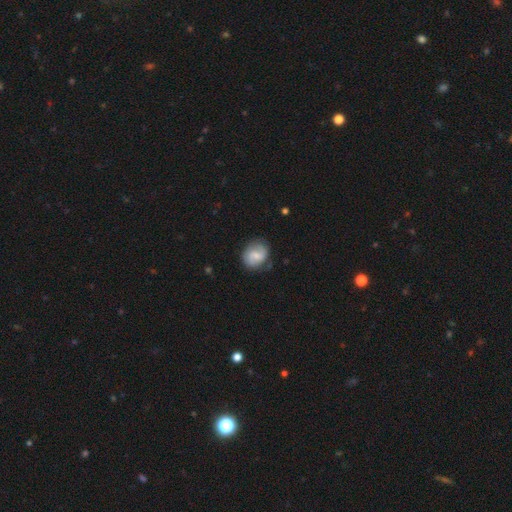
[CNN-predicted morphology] type=featured or disk (56%); edge-on=no (98%); bar=weak (54%); spiral arms=yes (88%); bulge=small (50%); merging=none (76%).